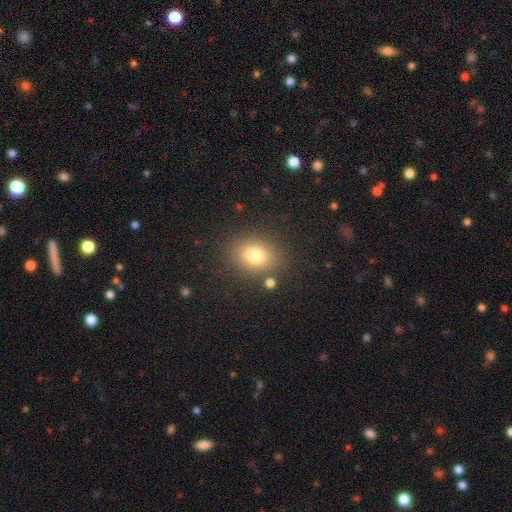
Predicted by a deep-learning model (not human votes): smooth-or-featured: smooth: 78% | star or artifact: 12% | featured or disk: 10%
  how-rounded: in between: 56% | round: 43% | cigar-shaped: 1%
  merging: none: 79% | minor disturbance: 12% | merger: 5% | major disturbance: 4%